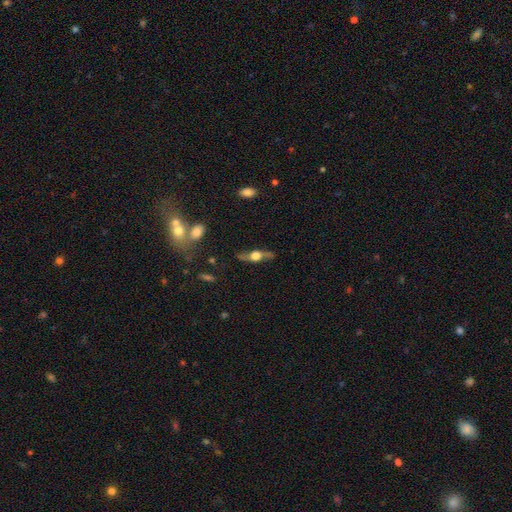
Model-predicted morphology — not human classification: A featured or disk galaxy (73%) viewed edge-on (78%) with a rounded central bulge (93%).

Vote fractions:
- Smooth or featured? featured or disk: 73% / smooth: 20% / star or artifact: 7%
- Edge-on disk? yes: 78% / no: 22%
- Edge-on bulge? rounded: 93% / boxy: 5% / none: 2%
- Merging? none: 80% / minor disturbance: 14% / major disturbance: 5% / merger: 2%